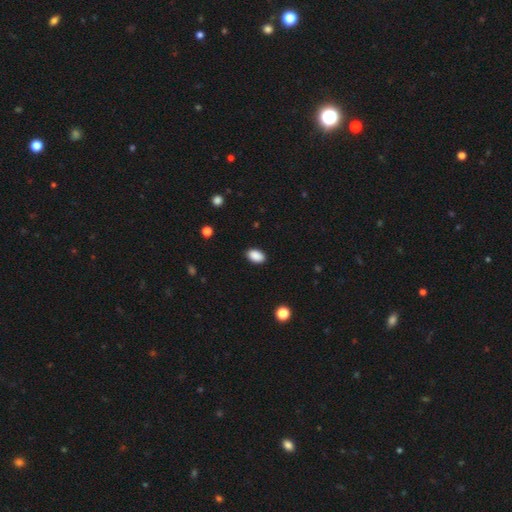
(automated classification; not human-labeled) The model was most divided on "how rounded": in between: 89%, round: 10%, cigar-shaped: 1%. More confident: smooth or featured — smooth (90%); merging — none (89%).